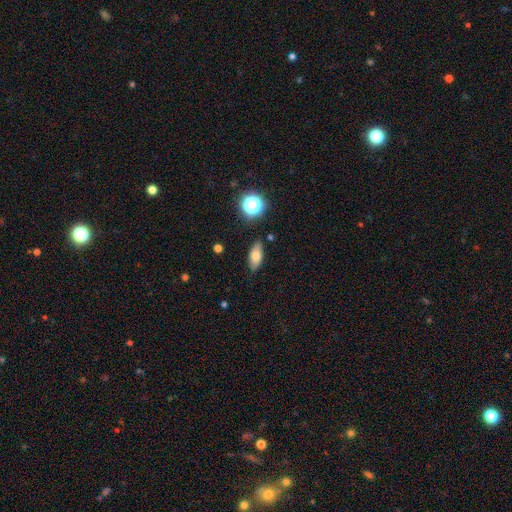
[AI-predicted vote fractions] This appears to be a smooth galaxy with no disk features (73%) that is in between round and cigar-shaped (81%). Merging: none (83%).